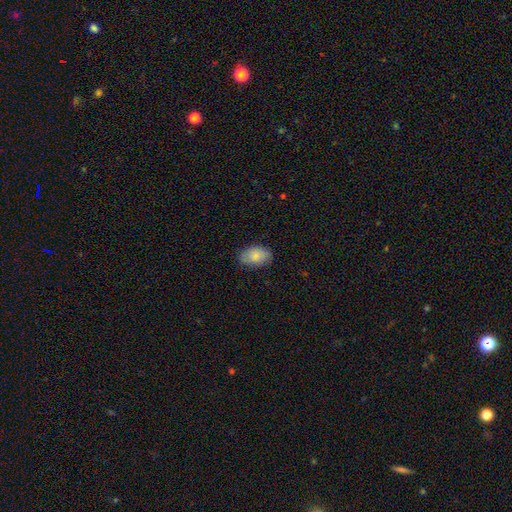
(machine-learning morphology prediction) The model was most divided on "merging": none: 83%, minor disturbance: 13%, major disturbance: 3%, merger: 1%. More confident: how rounded — in between (90%); smooth or featured — smooth (85%).